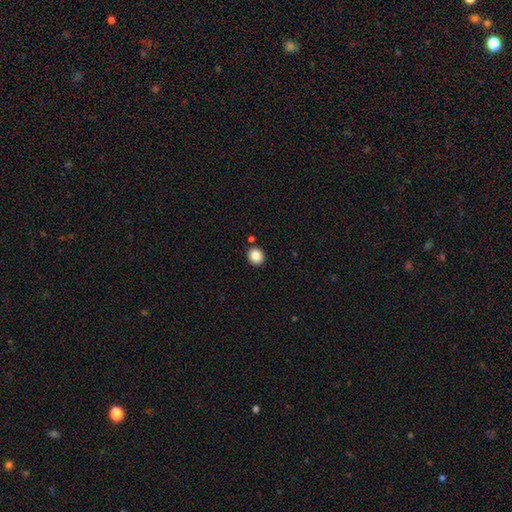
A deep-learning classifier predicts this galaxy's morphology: type=smooth (87%); roundness=round (82%); merging=none (88%).